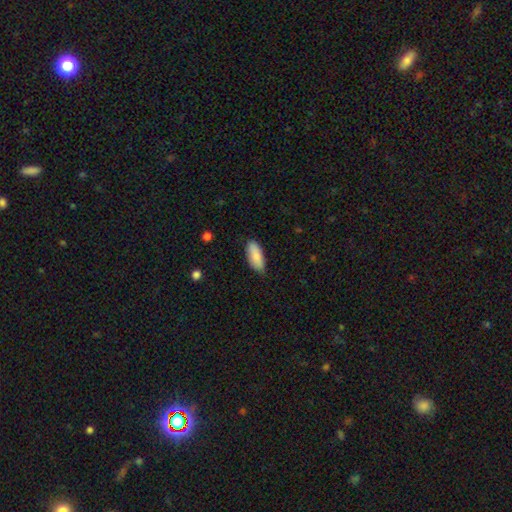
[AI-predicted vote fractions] Morphology: type=smooth (87%); roundness=in between (83%); merging=none (83%).